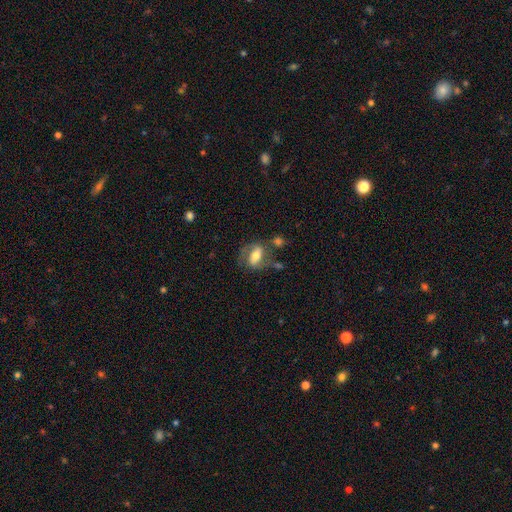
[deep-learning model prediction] A featured or disk galaxy (46%, tied with smooth). Merging: none (52%).